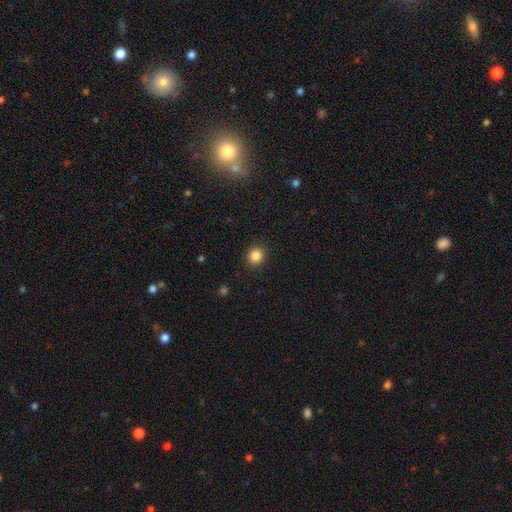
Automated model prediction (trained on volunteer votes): Smooth or featured: smooth — 86% (star or artifact — 10%)
How rounded: round — 79% (in between — 20%)
Merging: none — 90% (minor disturbance — 7%)